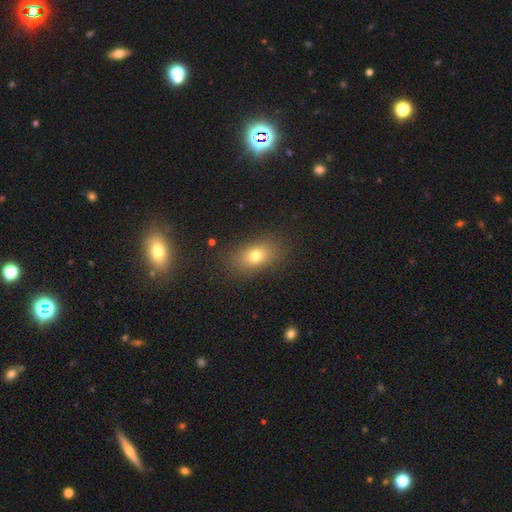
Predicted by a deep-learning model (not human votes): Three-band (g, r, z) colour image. It shows a smooth galaxy with no disk features (74%) that is in between round and cigar-shaped (78%). Merging: none (85%).